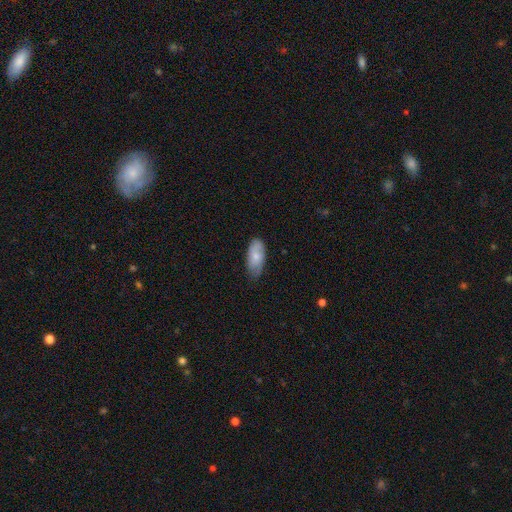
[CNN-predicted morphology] Q: Smooth or featured?
A: smooth (73%); runner-up: featured or disk (22%)
Q: How rounded?
A: in between (91%); runner-up: cigar-shaped (6%)
Q: Merging?
A: none (67%); runner-up: minor disturbance (28%)